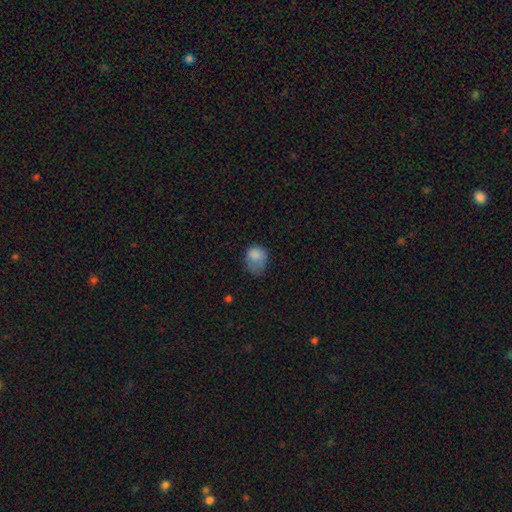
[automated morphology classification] type=smooth (78%); roundness=in between (56%); merging=minor disturbance (36%).